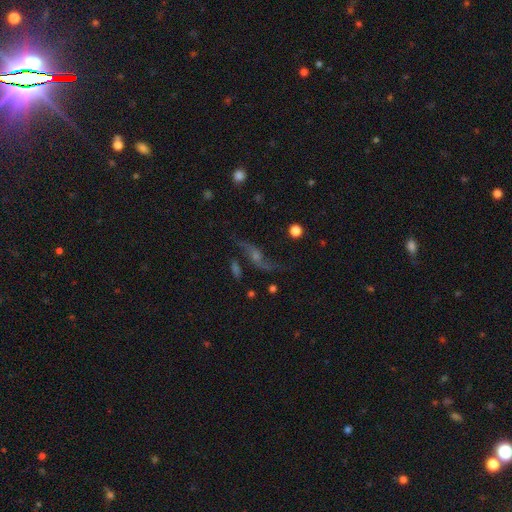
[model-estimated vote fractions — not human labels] Overall: featured or disk (73%). Edge-on disk: no (78%). Bar: no (62%; weak 27%). Spiral arms: yes (88%). Bulge size: small (45%; moderate 36%). Merging: none (63%).